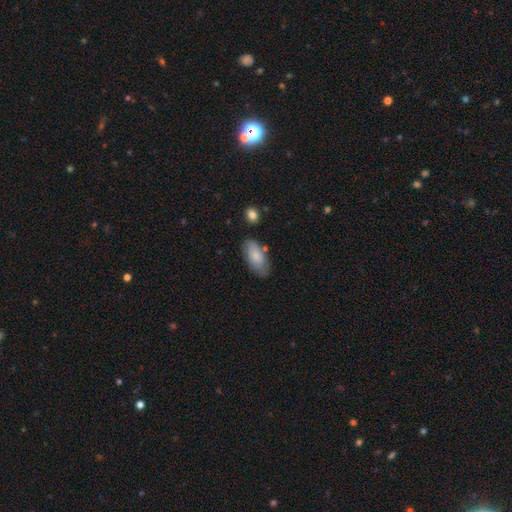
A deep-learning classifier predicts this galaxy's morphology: This appears to be a smooth galaxy with no disk features (77%) that is in between round and cigar-shaped (92%). Merging: none (69%).